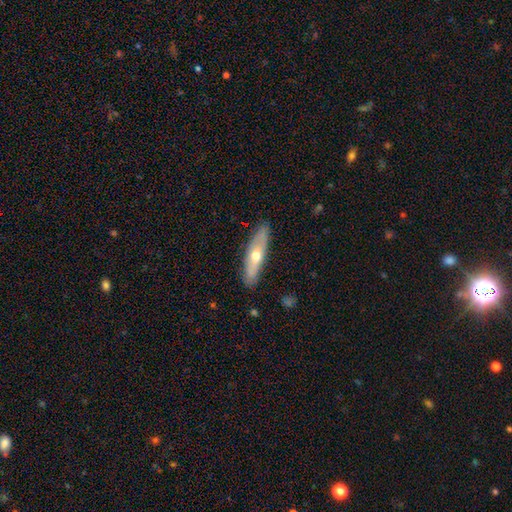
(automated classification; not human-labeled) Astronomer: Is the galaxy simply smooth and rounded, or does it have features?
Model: smooth — 49% (runner-up: featured or disk, 46%).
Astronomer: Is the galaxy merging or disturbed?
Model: none — 86%.